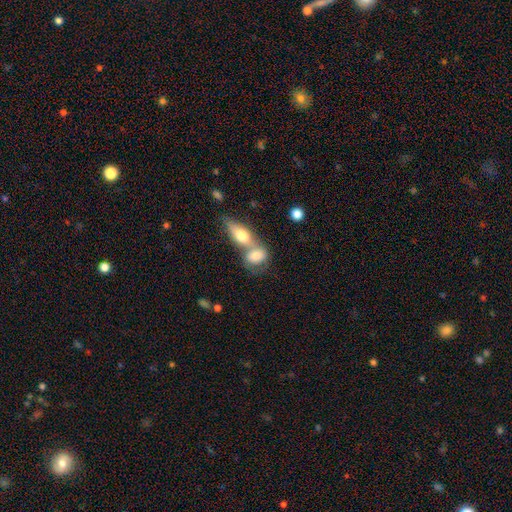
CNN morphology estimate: Smooth or featured? smooth (71%)
How rounded? in between (71%)
Merging? merger (67%)